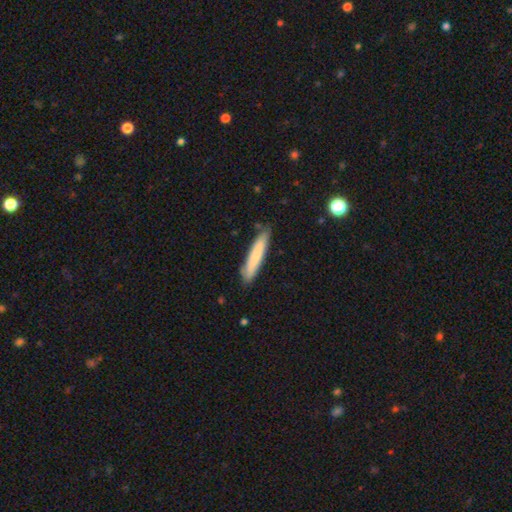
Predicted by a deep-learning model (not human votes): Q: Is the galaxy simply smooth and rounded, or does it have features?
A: smooth — 74%.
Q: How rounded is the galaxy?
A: cigar-shaped — 88%.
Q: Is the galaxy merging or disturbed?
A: none — 84%.